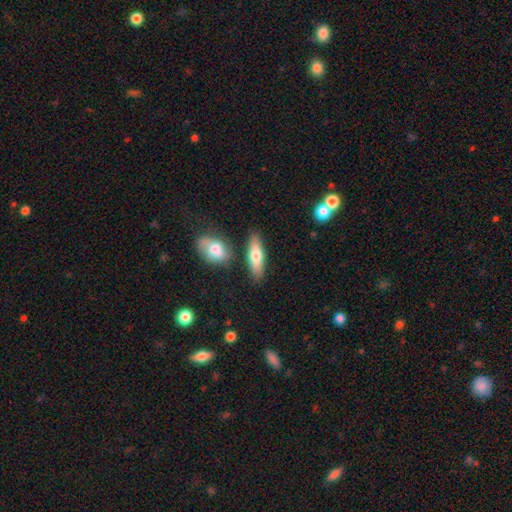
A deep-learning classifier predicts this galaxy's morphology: This is likely a smooth galaxy (69%). How rounded: possibly in between (49%). Merging: likely none (79%).